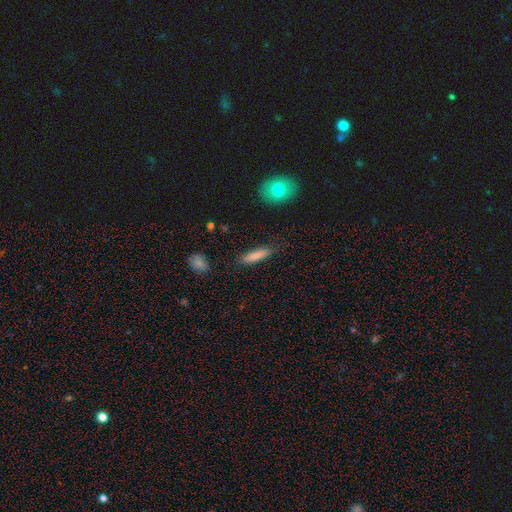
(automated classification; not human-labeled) A smooth galaxy with no disk features (82%) that is cigar-shaped (80%).

Vote fractions:
- Smooth or featured? smooth: 82% / featured or disk: 11% / star or artifact: 7%
- How rounded? cigar-shaped: 80% / in between: 19% / round: 2%
- Merging? none: 85% / minor disturbance: 11% / major disturbance: 3% / merger: 2%